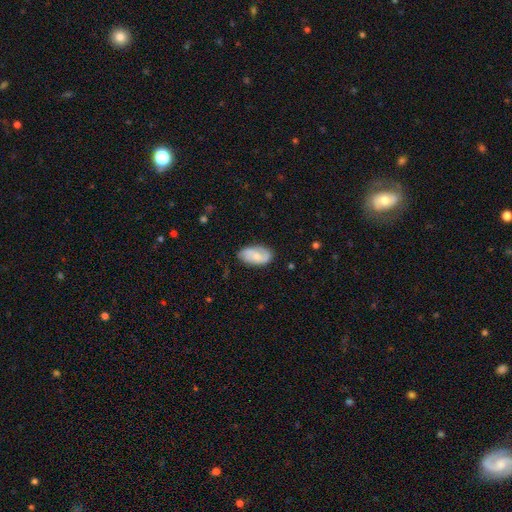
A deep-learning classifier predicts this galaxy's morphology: Q: Smooth or featured?
A: smooth (49%); runner-up: featured or disk (44%)
Q: Merging?
A: none (73%); runner-up: minor disturbance (20%)